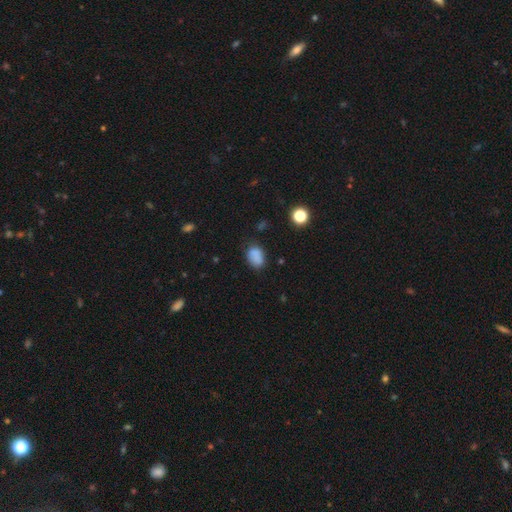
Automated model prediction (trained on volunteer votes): smooth_or_featured: smooth (p=0.80) [alt: star or artifact p=0.12]
how_rounded: in between (p=0.77) [alt: round p=0.21]
merging: none (p=0.67) [alt: minor disturbance p=0.22]